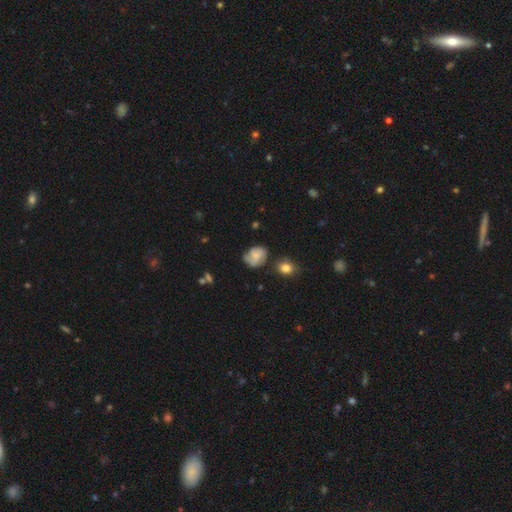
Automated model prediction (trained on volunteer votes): A featured or disk galaxy (48%).

Vote fractions:
- Smooth or featured? featured or disk: 48% / smooth: 43% / star or artifact: 9%
- Merging? none: 56% / minor disturbance: 27% / major disturbance: 13% / merger: 5%